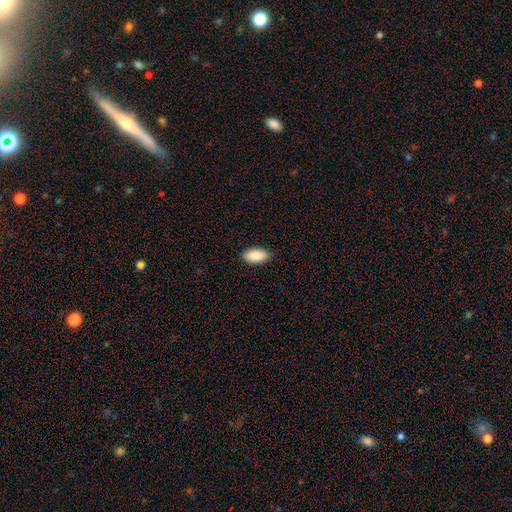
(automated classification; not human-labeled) Morphology: type=smooth (89%); roundness=in between (92%); merging=none (89%).